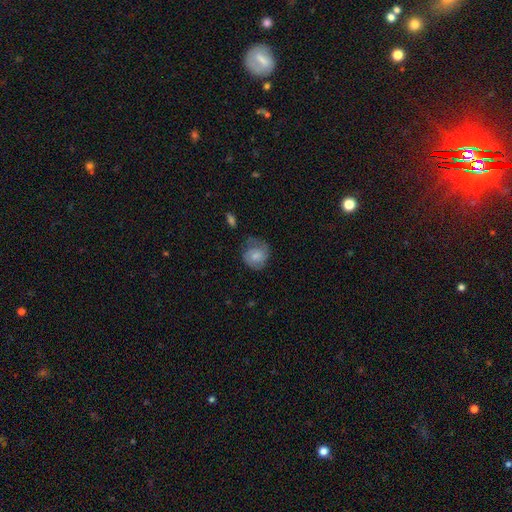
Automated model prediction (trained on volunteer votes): Overall: smooth (59%; featured or disk 34%). How rounded: round (75%). Merging: none (50%; minor disturbance 30%).